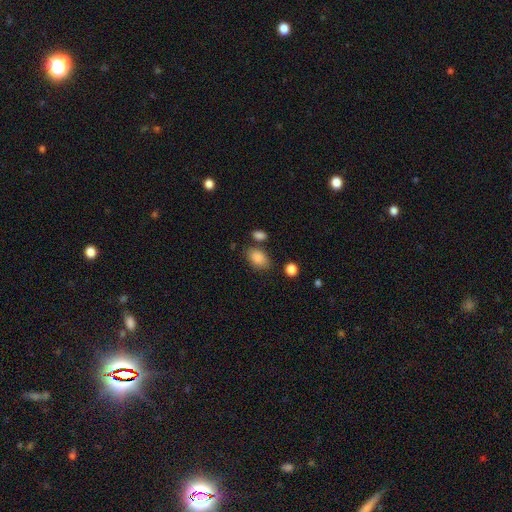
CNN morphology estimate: This is clearly a smooth galaxy (85%). How rounded: clearly in between (86%). Merging: likely none (73%).